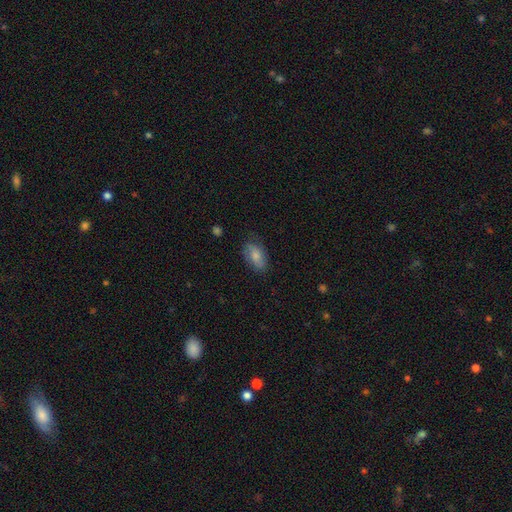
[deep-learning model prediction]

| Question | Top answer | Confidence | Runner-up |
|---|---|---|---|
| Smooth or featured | smooth | 73% | featured or disk (20%) |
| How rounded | in between | 91% | round (6%) |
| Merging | none | 72% | minor disturbance (21%) |